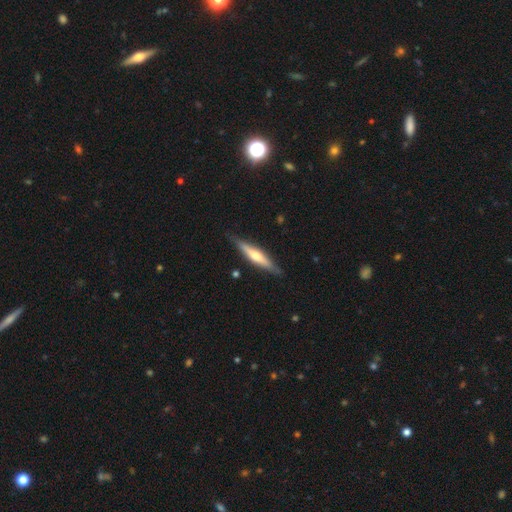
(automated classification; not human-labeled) featured or disk 59%, smooth 36%, star or artifact 5%. Down the decision tree: edge-on disk — yes (95%); edge-on bulge — rounded (82%); merging — none (86%).